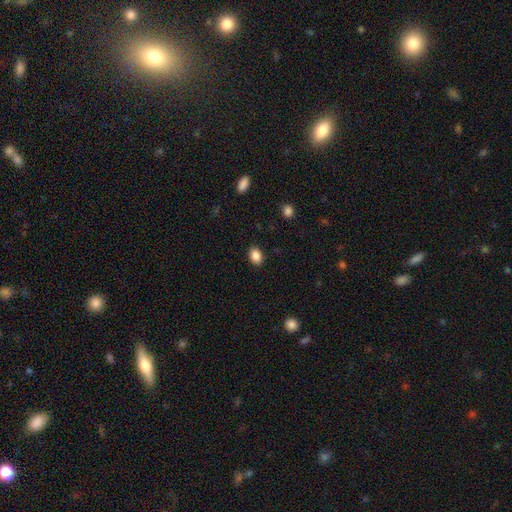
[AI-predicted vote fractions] Smooth or featured? smooth (87%)
How rounded? in between (76%)
Merging? none (88%)